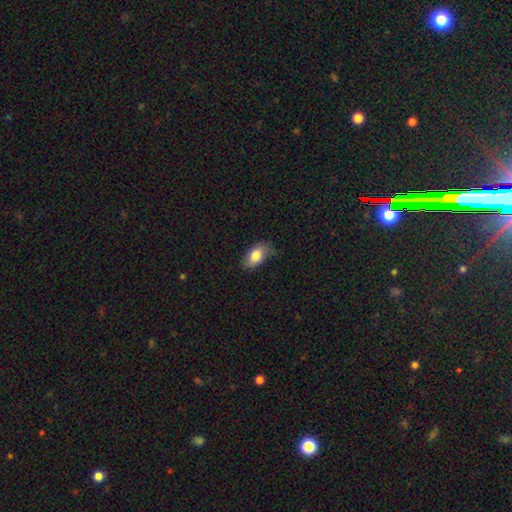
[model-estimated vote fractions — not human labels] smooth 81%, featured or disk 12%, star or artifact 7%. Down the decision tree: how rounded — in between (92%); merging — none (67%).